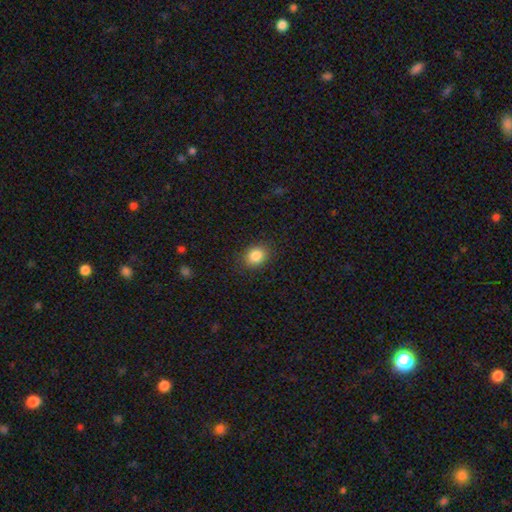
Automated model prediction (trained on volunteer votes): Smooth or featured? Predicted: smooth (p=0.85). How rounded? Predicted: in between (p=0.50). Merging? Predicted: none (p=0.87).